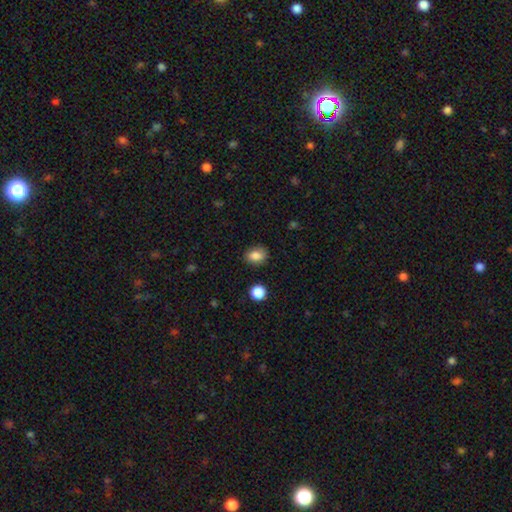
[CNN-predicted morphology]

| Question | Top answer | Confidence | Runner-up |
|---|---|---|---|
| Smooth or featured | smooth | 85% | star or artifact (9%) |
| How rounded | in between | 65% | round (34%) |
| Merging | none | 84% | minor disturbance (12%) |